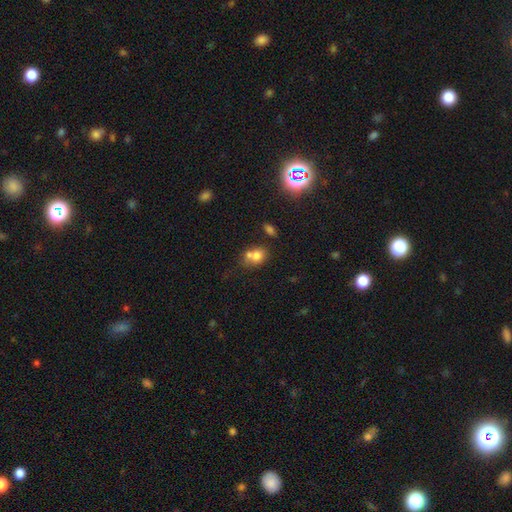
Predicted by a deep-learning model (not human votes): This appears to be a smooth galaxy with no disk features (74%) that is round (50%). Merging: merger (50%).